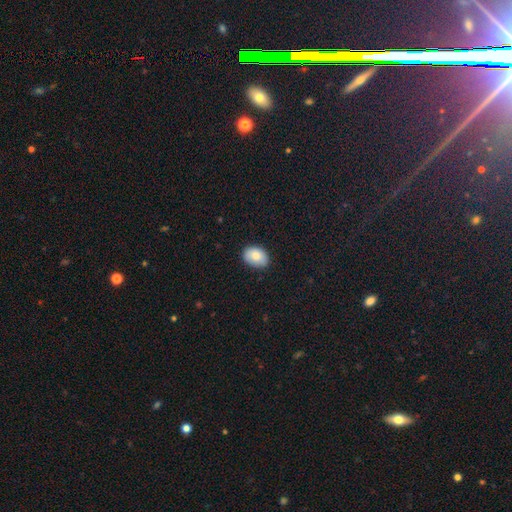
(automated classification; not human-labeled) Smooth or featured: smooth — 81% (featured or disk — 11%)
How rounded: in between — 78% (round — 21%)
Merging: none — 84% (minor disturbance — 13%)